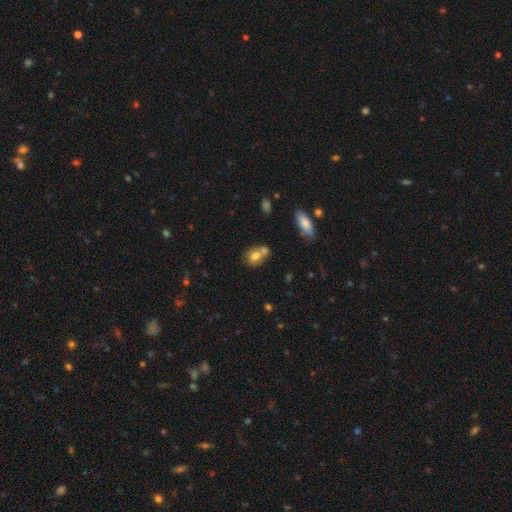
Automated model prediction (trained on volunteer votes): A smooth galaxy with no disk features (74%) that is in between round and cigar-shaped (51%).

Vote fractions:
- Smooth or featured? smooth: 74% / featured or disk: 16% / star or artifact: 10%
- How rounded? in between: 51% / round: 48% / cigar-shaped: 2%
- Merging? merger: 50% / none: 35% / minor disturbance: 11% / major disturbance: 4%